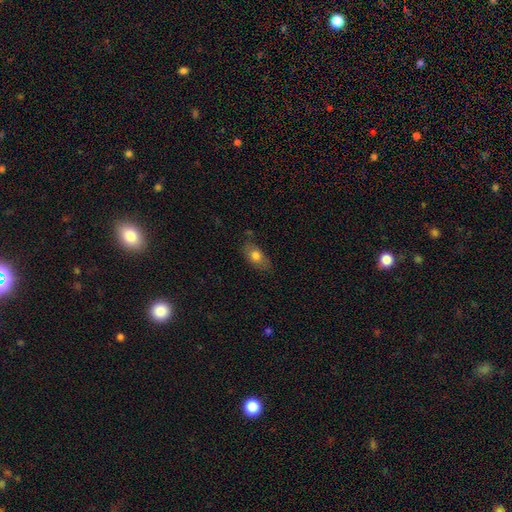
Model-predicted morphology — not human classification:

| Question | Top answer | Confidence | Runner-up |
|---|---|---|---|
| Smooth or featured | smooth | 74% | featured or disk (18%) |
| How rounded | in between | 85% | round (8%) |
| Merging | none | 71% | minor disturbance (21%) |